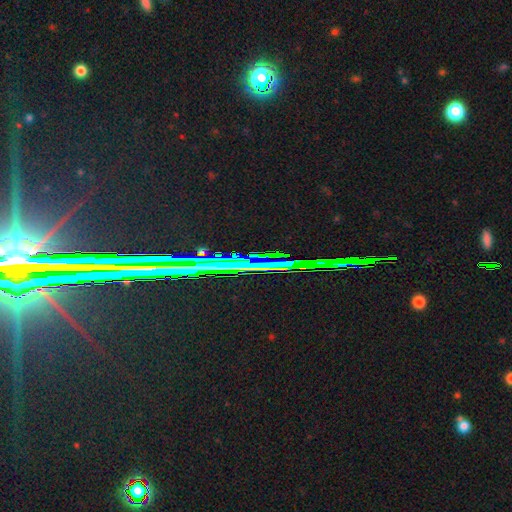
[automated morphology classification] Smooth or featured: star or artifact — 80% (featured or disk — 11%)